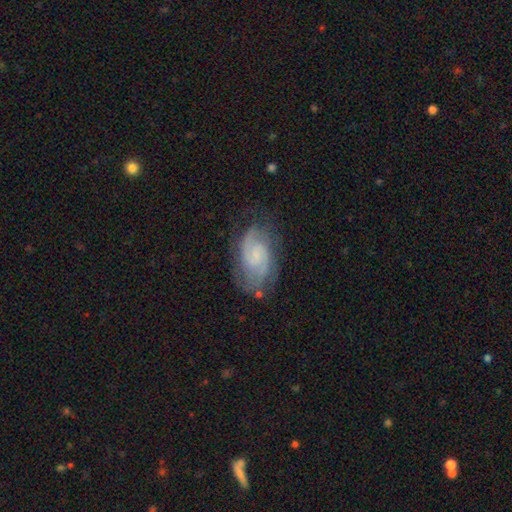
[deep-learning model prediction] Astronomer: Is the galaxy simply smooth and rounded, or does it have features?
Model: featured or disk — 77%.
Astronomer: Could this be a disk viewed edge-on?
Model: no — 97%.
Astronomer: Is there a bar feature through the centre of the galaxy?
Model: no — 53% (runner-up: weak, 40%).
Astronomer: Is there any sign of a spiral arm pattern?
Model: yes — 95%.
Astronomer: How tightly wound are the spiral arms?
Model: medium — 45% (runner-up: tight, 42%).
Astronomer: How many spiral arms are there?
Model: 2 — 70%.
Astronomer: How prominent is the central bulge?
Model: small — 44% (runner-up: none, 36%).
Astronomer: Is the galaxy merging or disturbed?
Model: none — 69%.